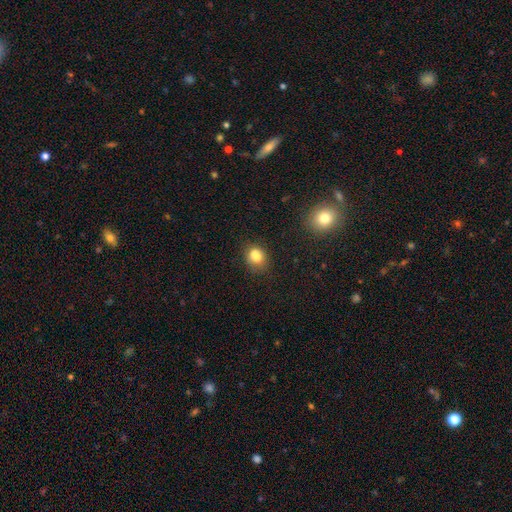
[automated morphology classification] Smooth or featured? Predicted: smooth (p=0.80). How rounded? Predicted: round (p=0.49, tied with in between). Merging? Predicted: none (p=0.58).